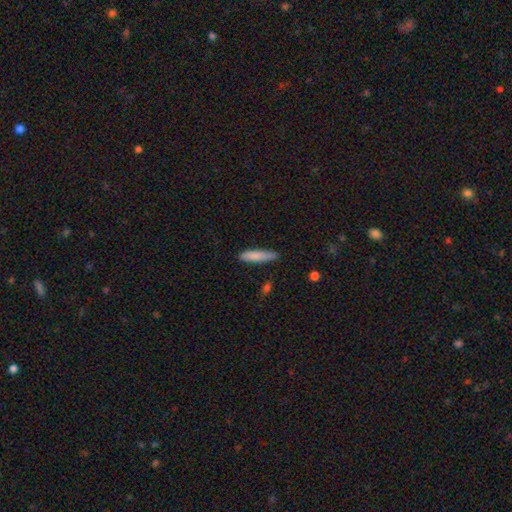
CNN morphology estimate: smooth_or_featured: smooth (p=0.83) [alt: featured or disk p=0.11]
how_rounded: cigar-shaped (p=0.85) [alt: in between p=0.14]
merging: none (p=0.79) [alt: minor disturbance p=0.16]